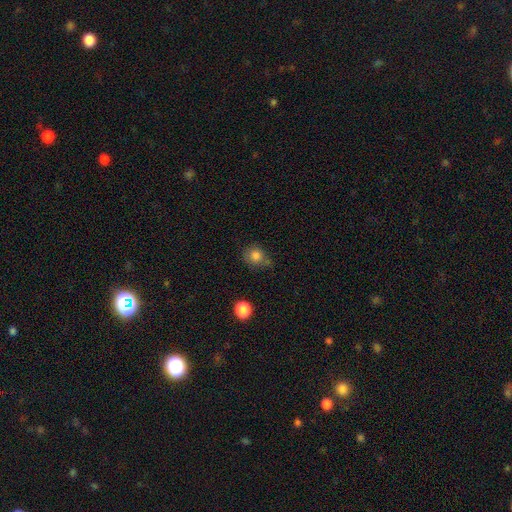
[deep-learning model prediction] Smooth or featured?
  - smooth: 82% *
  - star or artifact: 11%
  - featured or disk: 7%
How rounded?
  - round: 81% *
  - in between: 18%
  - cigar-shaped: 1%
Merging?
  - none: 60% *
  - minor disturbance: 24%
  - major disturbance: 8%
  - merger: 8%